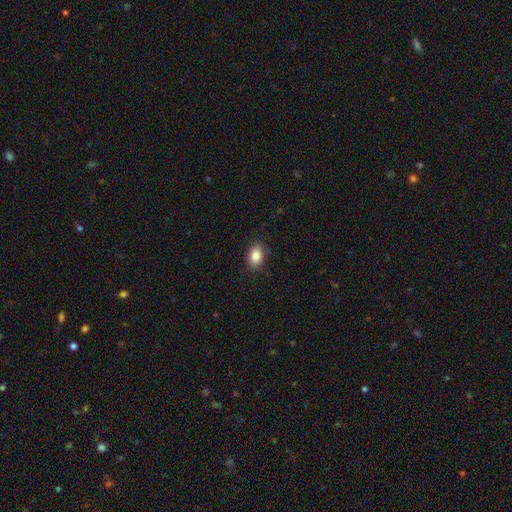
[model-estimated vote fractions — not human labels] smooth-or-featured: smooth: 85% | star or artifact: 8% | featured or disk: 6%
  how-rounded: in between: 82% | round: 16% | cigar-shaped: 1%
  merging: none: 88% | minor disturbance: 9% | major disturbance: 2% | merger: 1%